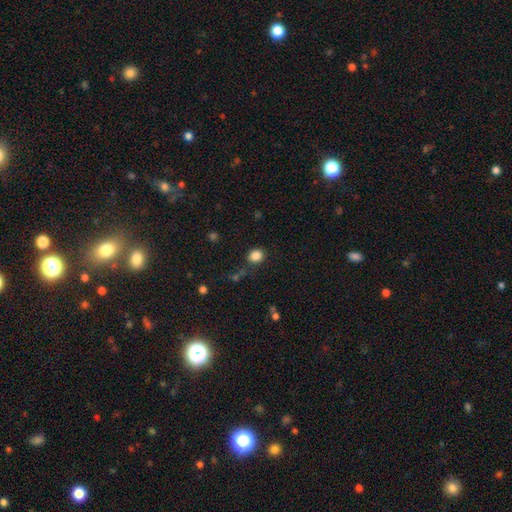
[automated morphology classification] A smooth galaxy with no disk features (85%) that is round (71%). Merging: none (82%).